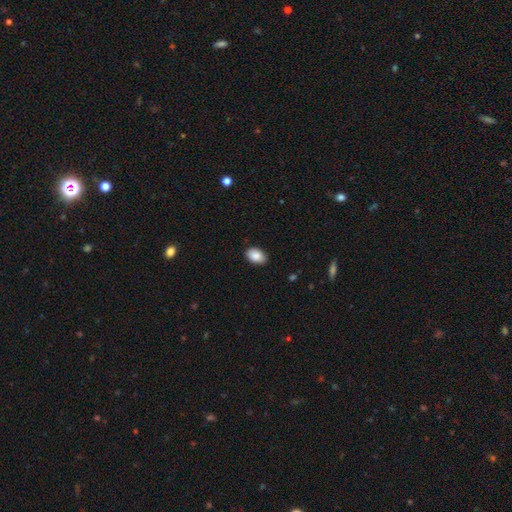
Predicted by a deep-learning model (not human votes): Smooth or featured? smooth (89%)
How rounded? in between (86%)
Merging? none (88%)